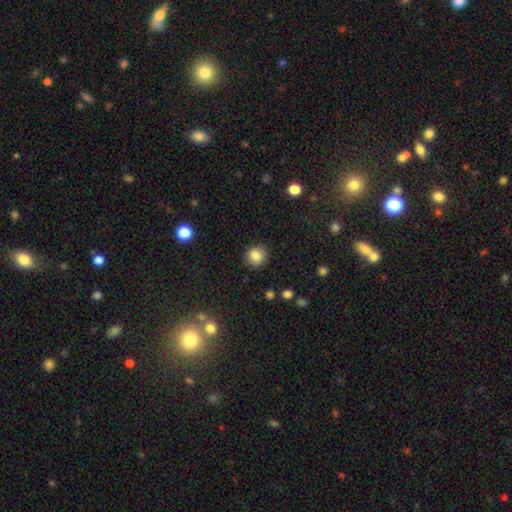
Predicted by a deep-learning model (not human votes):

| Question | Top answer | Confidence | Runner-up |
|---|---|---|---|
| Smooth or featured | smooth | 85% | star or artifact (10%) |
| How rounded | round | 90% | in between (9%) |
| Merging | none | 90% | minor disturbance (7%) |